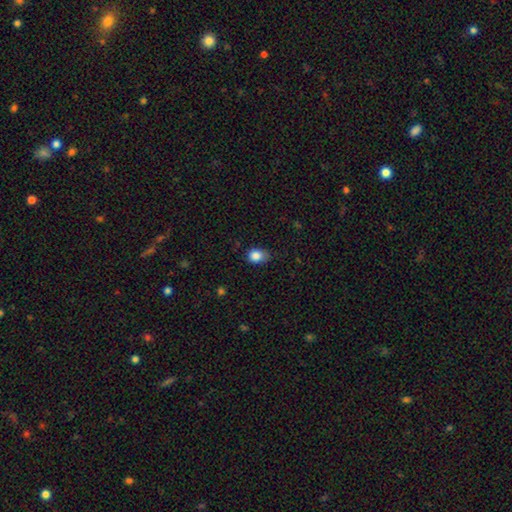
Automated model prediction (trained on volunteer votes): A smooth galaxy with no disk features (86%) that is in between round and cigar-shaped (61%). Merging: none (61%).